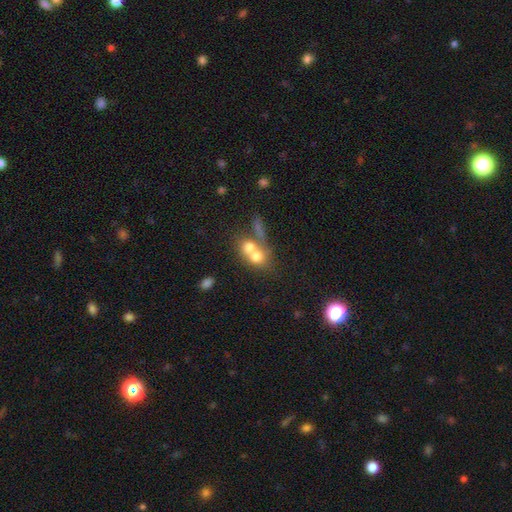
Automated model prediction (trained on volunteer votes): smooth_or_featured: smooth (p=0.68) [alt: featured or disk p=0.21]
how_rounded: round (p=0.61) [alt: in between p=0.36]
merging: merger (p=0.68) [alt: none p=0.22]